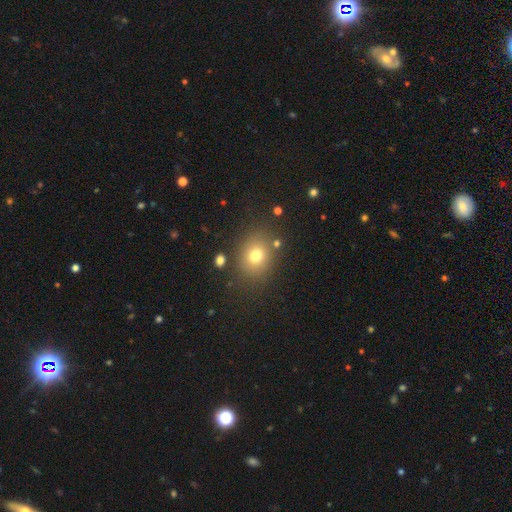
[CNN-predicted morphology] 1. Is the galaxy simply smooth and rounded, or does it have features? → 74% smooth, 15% star or artifact, 11% featured or disk.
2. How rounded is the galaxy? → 60% round, 39% in between, 1% cigar-shaped.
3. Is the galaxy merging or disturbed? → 81% none, 10% minor disturbance, 4% major disturbance, 4% merger.